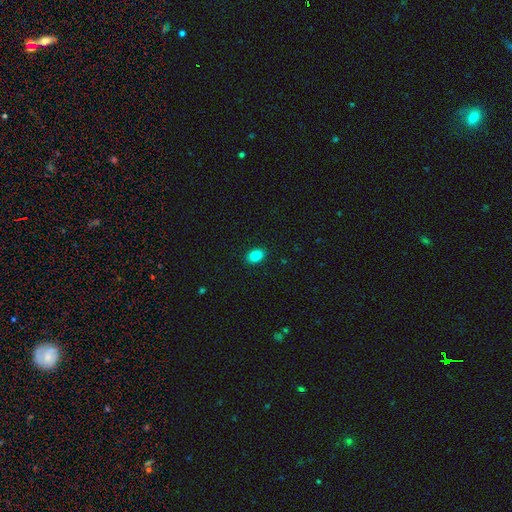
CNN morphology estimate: type=smooth (85%); roundness=in between (79%); merging=none (90%).